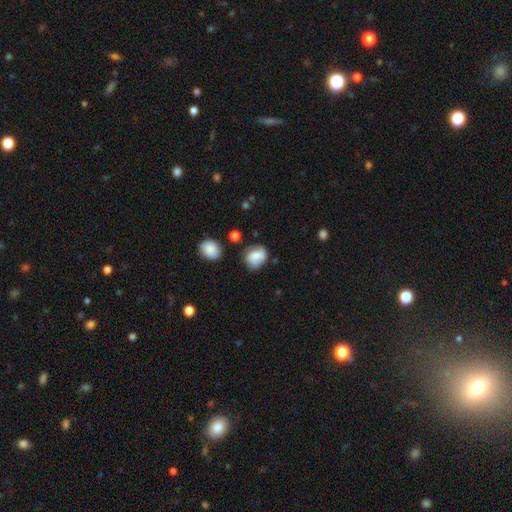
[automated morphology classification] This appears to be a smooth galaxy with no disk features (64%) that is round (63%). Merging: none (60%).